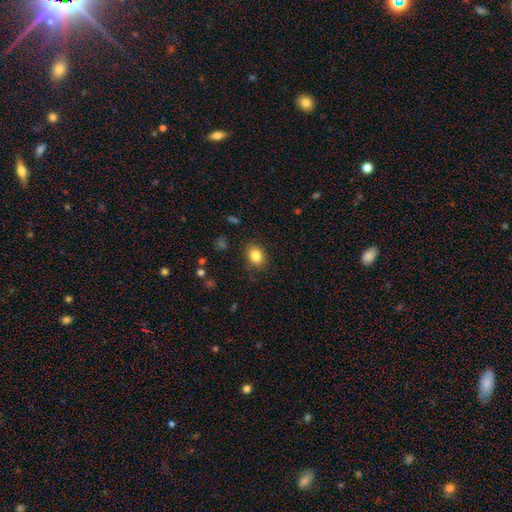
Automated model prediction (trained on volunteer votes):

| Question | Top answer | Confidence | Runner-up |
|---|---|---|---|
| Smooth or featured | smooth | 84% | star or artifact (10%) |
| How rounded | in between | 53% | round (47%) |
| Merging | none | 85% | minor disturbance (11%) |